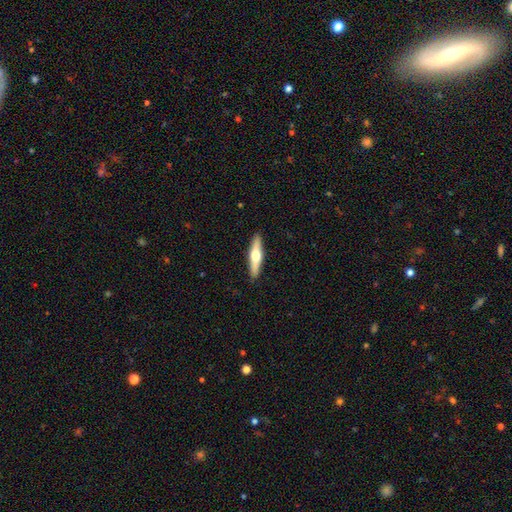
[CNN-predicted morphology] Smooth or featured? featured or disk (49%)
Merging? none (91%)